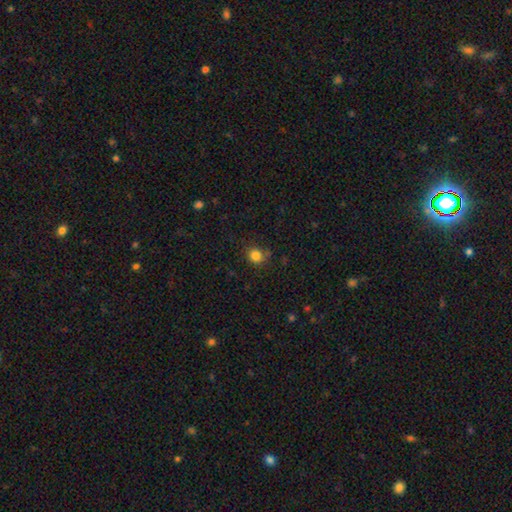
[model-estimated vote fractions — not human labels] The model was most divided on "merging": none: 78%, minor disturbance: 15%, major disturbance: 4%, merger: 3%. More confident: smooth or featured — smooth (82%); how rounded — round (82%).